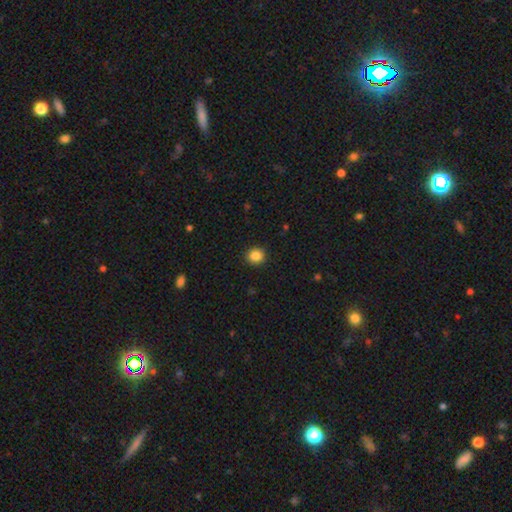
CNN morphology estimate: smooth-or-featured: smooth: 85% | star or artifact: 10% | featured or disk: 4%
  how-rounded: round: 86% | in between: 13% | cigar-shaped: 1%
  merging: none: 92% | minor disturbance: 6% | major disturbance: 2% | merger: 1%